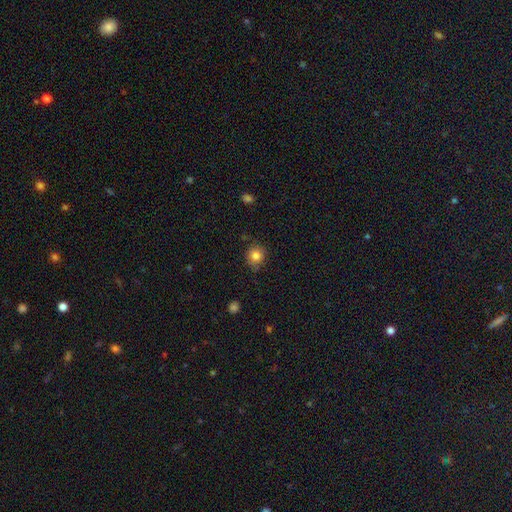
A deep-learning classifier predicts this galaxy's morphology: Smooth or featured?
  - smooth: 83% *
  - star or artifact: 11%
  - featured or disk: 7%
How rounded?
  - round: 83% *
  - in between: 16%
  - cigar-shaped: 1%
Merging?
  - none: 78% *
  - minor disturbance: 17%
  - major disturbance: 3%
  - merger: 2%